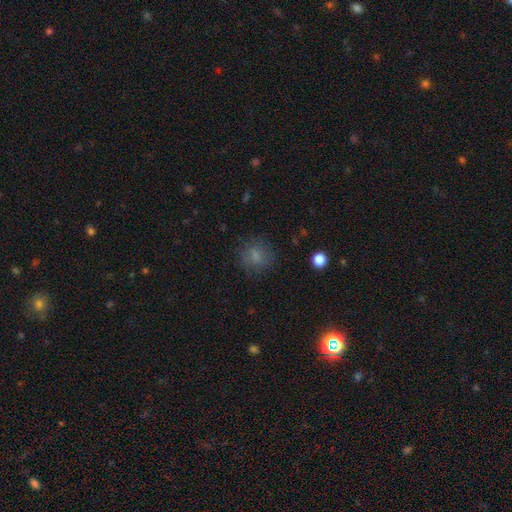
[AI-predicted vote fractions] This appears to be a smooth galaxy with no disk features (77%) that is round (79%). Merging: none (78%).